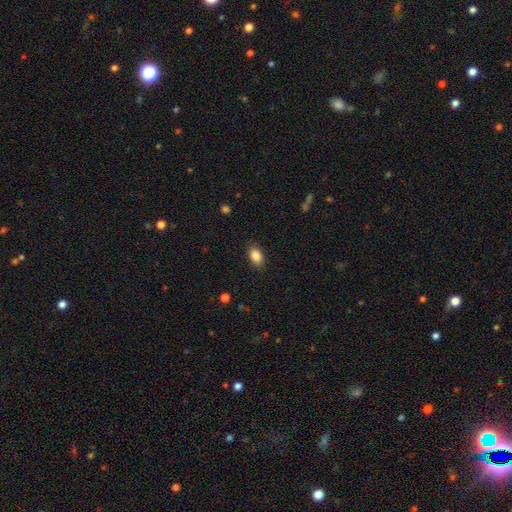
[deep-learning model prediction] Smooth or featured?
  - smooth: 85% *
  - star or artifact: 8%
  - featured or disk: 7%
How rounded?
  - in between: 89% *
  - round: 9%
  - cigar-shaped: 2%
Merging?
  - none: 87% *
  - minor disturbance: 9%
  - major disturbance: 2%
  - merger: 1%